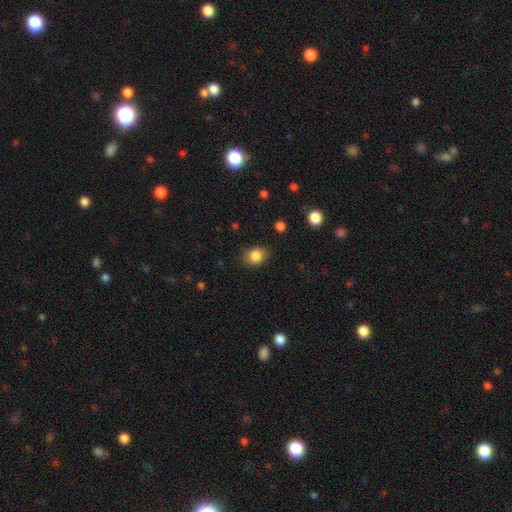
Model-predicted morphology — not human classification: Overall: smooth (84%). How rounded: round (50%; in between 49%). Merging: none (78%).